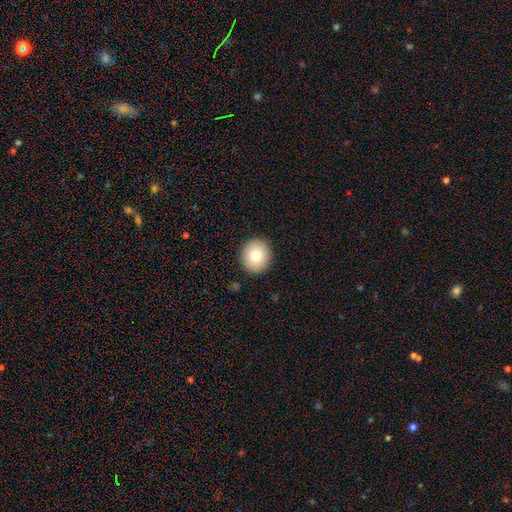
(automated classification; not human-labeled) Smooth or featured? smooth (76%)
How rounded? round (87%)
Merging? none (91%)